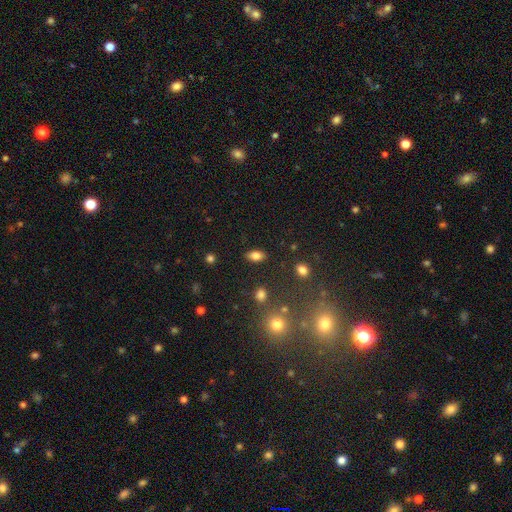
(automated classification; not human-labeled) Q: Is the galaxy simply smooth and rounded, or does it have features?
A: smooth — 81%.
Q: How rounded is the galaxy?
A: in between — 88%.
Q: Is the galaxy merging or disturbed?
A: none — 85%.